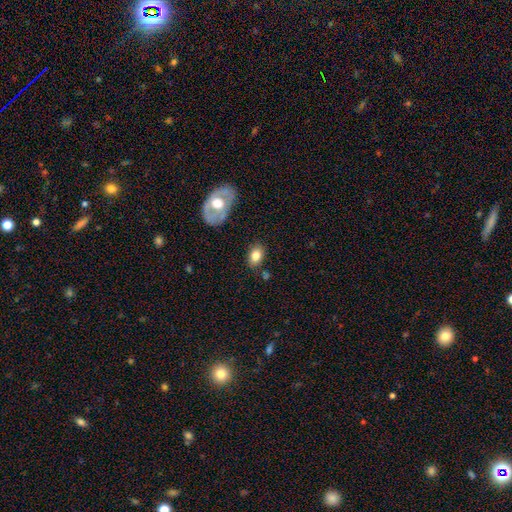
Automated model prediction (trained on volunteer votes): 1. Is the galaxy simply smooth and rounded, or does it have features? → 78% smooth, 14% featured or disk, 8% star or artifact.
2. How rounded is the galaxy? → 84% in between, 15% round, 1% cigar-shaped.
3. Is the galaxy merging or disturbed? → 81% none, 13% minor disturbance, 3% merger, 3% major disturbance.